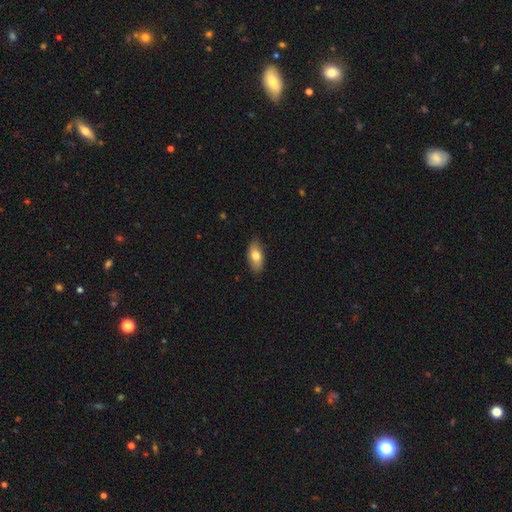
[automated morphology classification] Overall: smooth (76%). How rounded: in between (89%). Merging: none (85%).